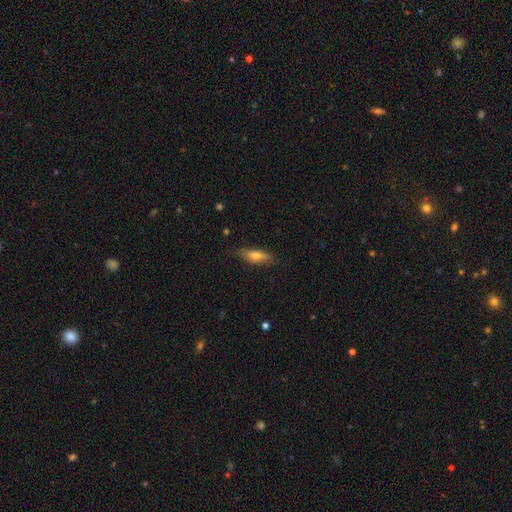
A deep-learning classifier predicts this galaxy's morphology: Overall: smooth (63%; featured or disk 30%). How rounded: in between (53%; cigar-shaped 45%). Merging: none (78%).